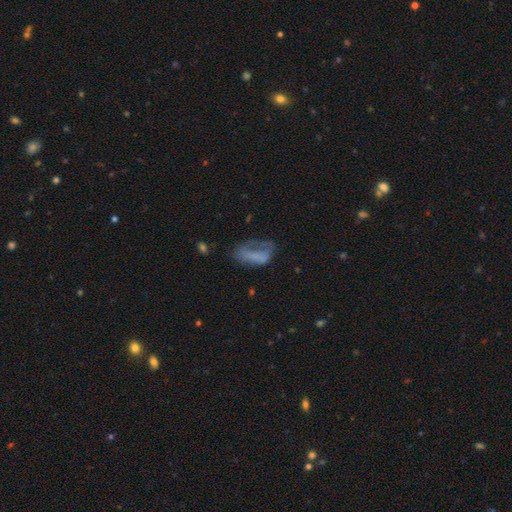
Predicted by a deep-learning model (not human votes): Smooth or featured: smooth — 51% (featured or disk — 35%)
How rounded: in between — 84% (cigar-shaped — 10%)
Merging: major disturbance — 45% (none — 27%)